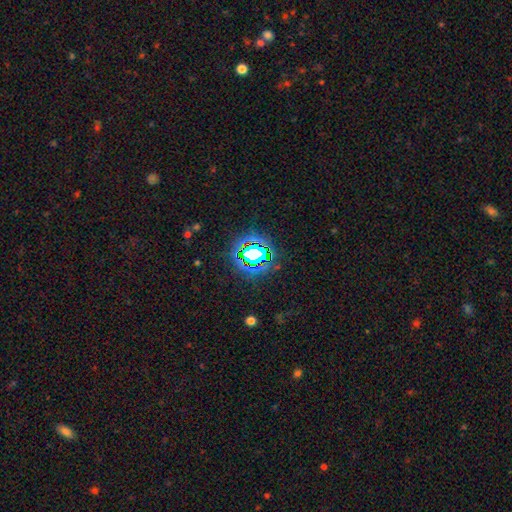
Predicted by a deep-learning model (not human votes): Smooth or featured? Predicted: star or artifact (p=0.70).